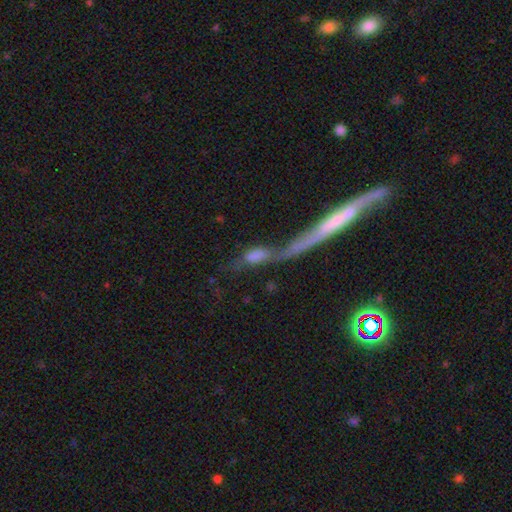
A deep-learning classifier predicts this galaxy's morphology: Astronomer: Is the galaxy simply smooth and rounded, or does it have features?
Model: smooth — 46% (runner-up: featured or disk, 40%).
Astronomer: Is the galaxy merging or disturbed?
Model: merger — 61%.